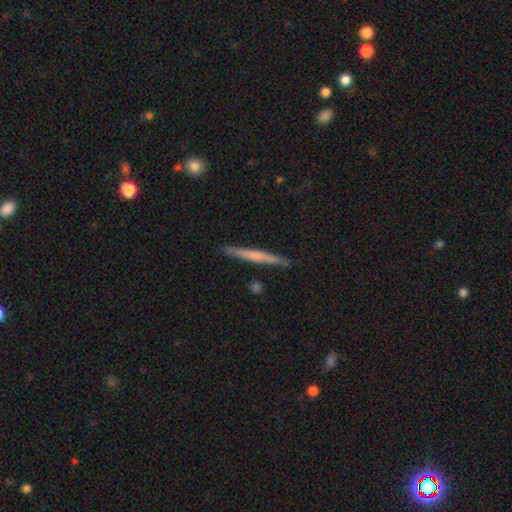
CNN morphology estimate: Smooth or featured?
  - smooth: 50% *
  - featured or disk: 44%
  - star or artifact: 5%
How rounded?
  - cigar-shaped: 97% *
  - in between: 2%
  - round: 1%
Merging?
  - none: 91% *
  - minor disturbance: 7%
  - major disturbance: 1%
  - merger: 1%